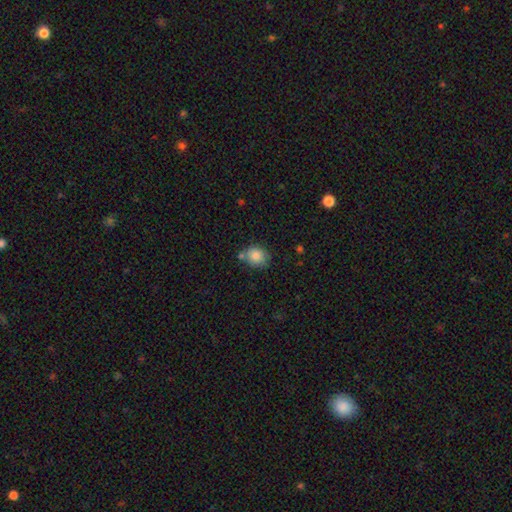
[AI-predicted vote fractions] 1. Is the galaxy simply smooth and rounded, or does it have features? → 84% smooth, 9% star or artifact, 7% featured or disk.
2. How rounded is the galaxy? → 70% round, 29% in between, 1% cigar-shaped.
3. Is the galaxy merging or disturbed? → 65% none, 18% minor disturbance, 12% merger, 4% major disturbance.